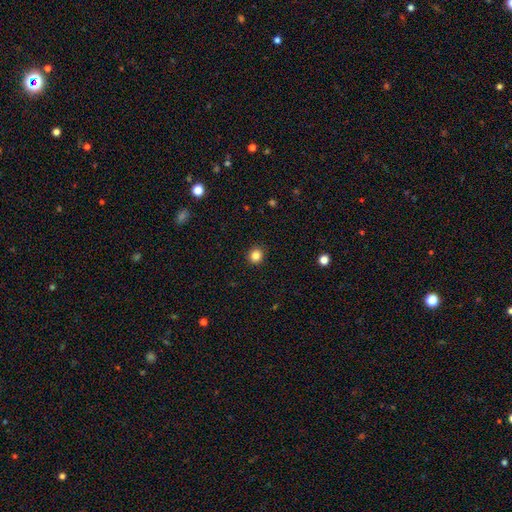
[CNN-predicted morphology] Q: Smooth or featured?
A: smooth (84%); runner-up: star or artifact (11%)
Q: How rounded?
A: round (90%); runner-up: in between (9%)
Q: Merging?
A: none (92%); runner-up: minor disturbance (5%)